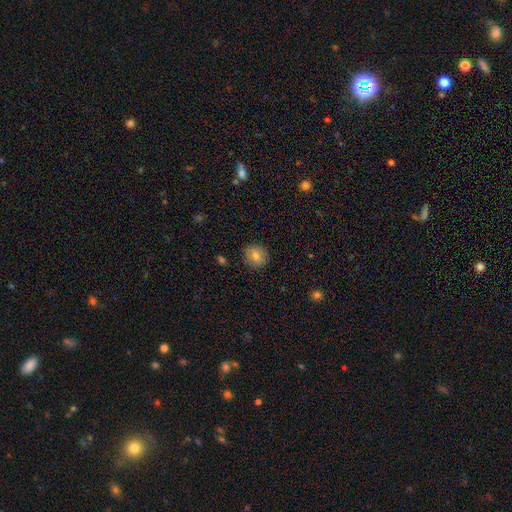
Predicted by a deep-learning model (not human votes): A smooth galaxy with no disk features (78%) that is round (89%).

Vote fractions:
- Smooth or featured? smooth: 78% / featured or disk: 12% / star or artifact: 10%
- How rounded? round: 89% / in between: 10% / cigar-shaped: 1%
- Merging? none: 90% / minor disturbance: 7% / major disturbance: 2% / merger: 1%